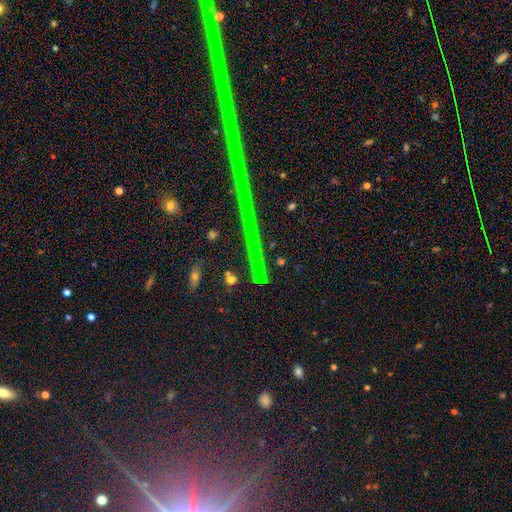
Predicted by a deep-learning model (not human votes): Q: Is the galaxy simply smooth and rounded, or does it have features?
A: star or artifact — 71%.